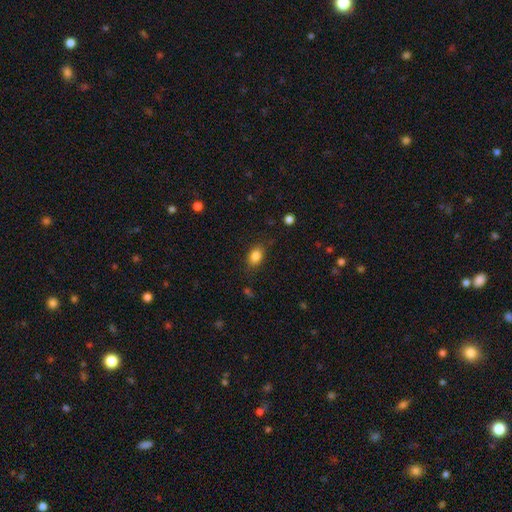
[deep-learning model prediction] This appears to be a smooth galaxy with no disk features (85%) that is in between round and cigar-shaped (79%). Merging: none (81%).